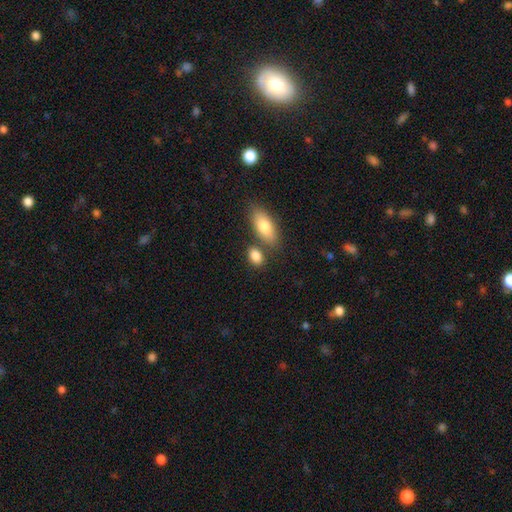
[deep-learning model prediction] Smooth or featured?
  - smooth: 85% *
  - star or artifact: 8%
  - featured or disk: 8%
How rounded?
  - in between: 77% *
  - round: 18%
  - cigar-shaped: 5%
Merging?
  - none: 65% *
  - merger: 19%
  - minor disturbance: 12%
  - major disturbance: 4%